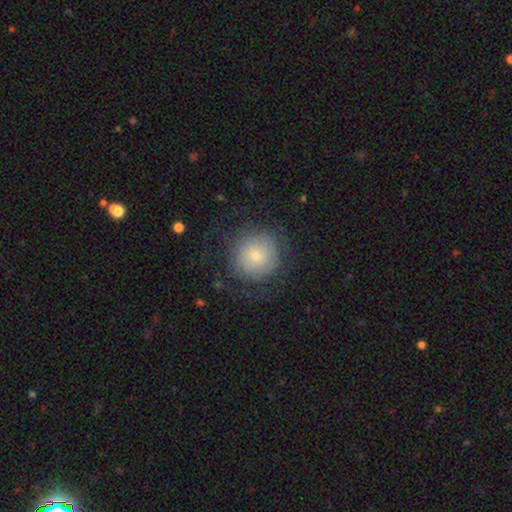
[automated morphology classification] Smooth or featured: smooth — 58% (featured or disk — 34%)
How rounded: round — 93% (in between — 6%)
Merging: none — 72% (minor disturbance — 15%)